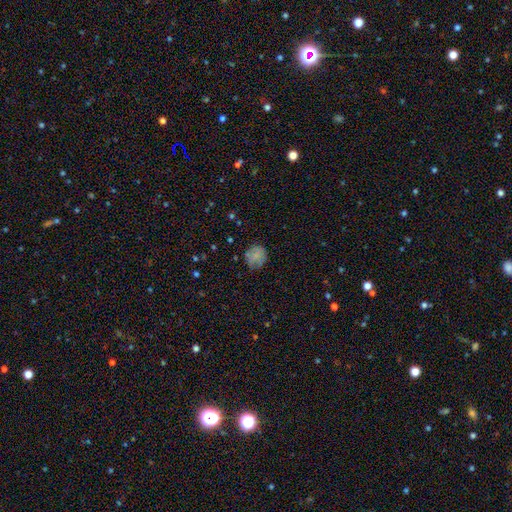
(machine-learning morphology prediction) Overall: smooth (70%). How rounded: round (80%). Merging: none (69%).